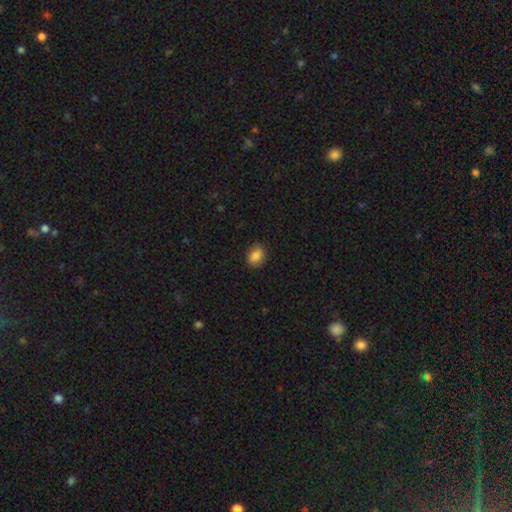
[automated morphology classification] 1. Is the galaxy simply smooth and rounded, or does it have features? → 87% smooth, 9% star or artifact, 4% featured or disk.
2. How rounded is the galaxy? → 63% in between, 36% round, 1% cigar-shaped.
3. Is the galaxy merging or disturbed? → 86% none, 11% minor disturbance, 2% major disturbance, 1% merger.